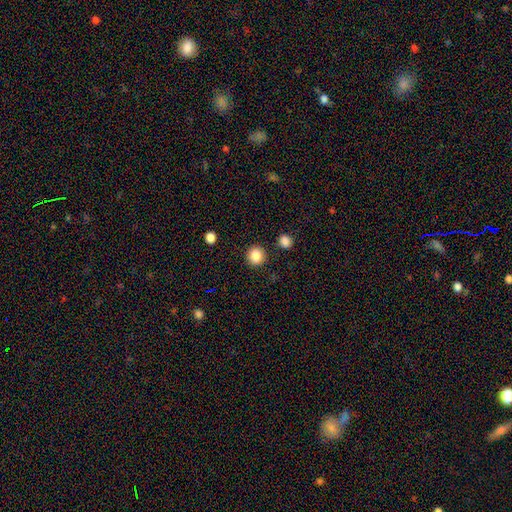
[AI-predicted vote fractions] Smooth or featured: smooth — 86% (star or artifact — 10%)
How rounded: round — 91% (in between — 8%)
Merging: none — 90% (minor disturbance — 6%)